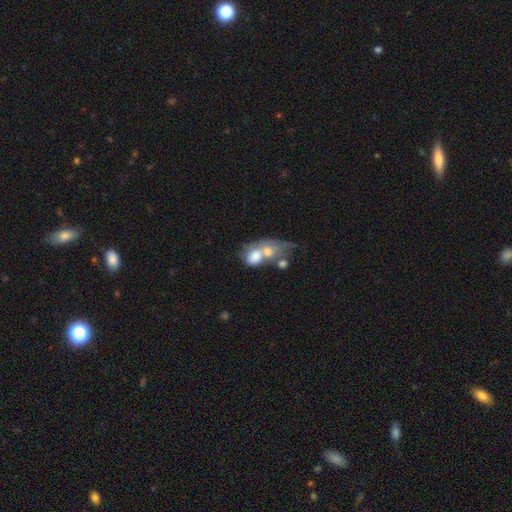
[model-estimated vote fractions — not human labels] smooth_or_featured: smooth (p=0.58) [alt: featured or disk p=0.33]
how_rounded: in between (p=0.74) [alt: round p=0.23]
merging: merger (p=0.66) [alt: major disturbance p=0.15]